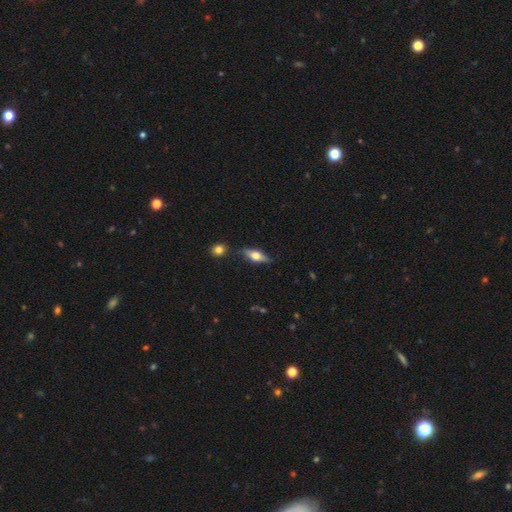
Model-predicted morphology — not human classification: A featured or disk galaxy (51%) viewed edge-on (91%). Merging: none (80%).